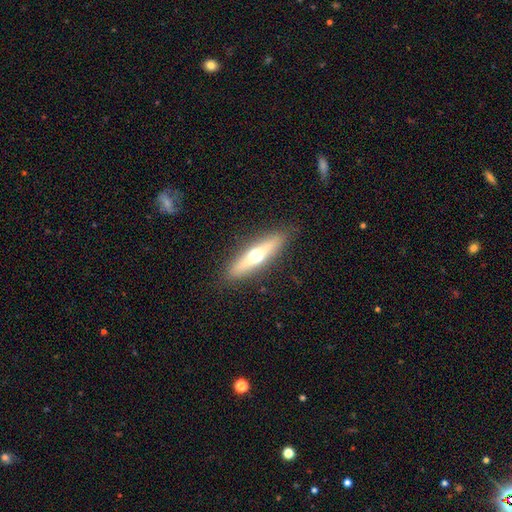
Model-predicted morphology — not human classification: featured or disk 56%, smooth 38%, star or artifact 6%. Down the decision tree: edge-on disk — yes (90%); merging — none (89%).